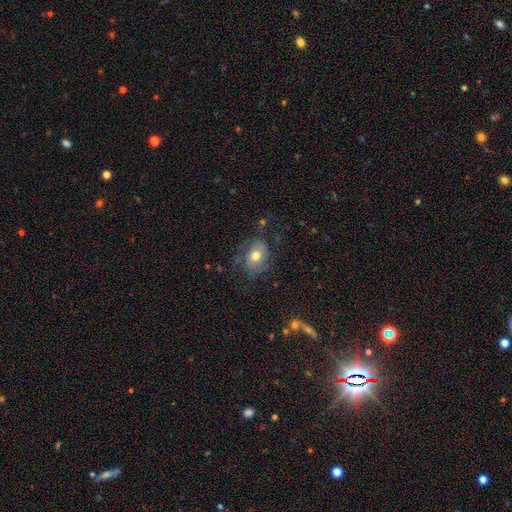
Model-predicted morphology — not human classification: Smooth or featured: smooth — 51% (featured or disk — 39%)
How rounded: in between — 63% (round — 35%)
Merging: none — 57% (minor disturbance — 24%)